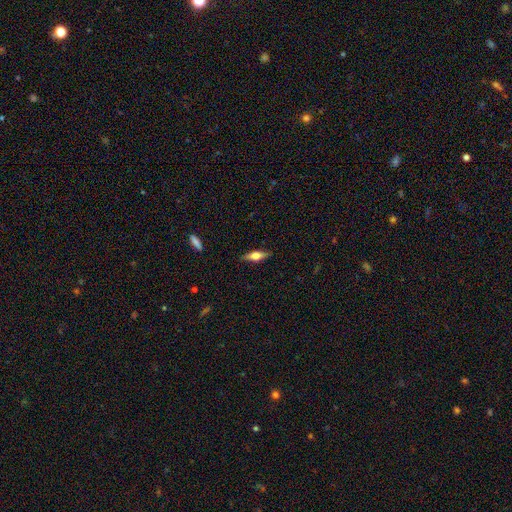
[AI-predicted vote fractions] A featured or disk galaxy (48%). Merging: none (86%).